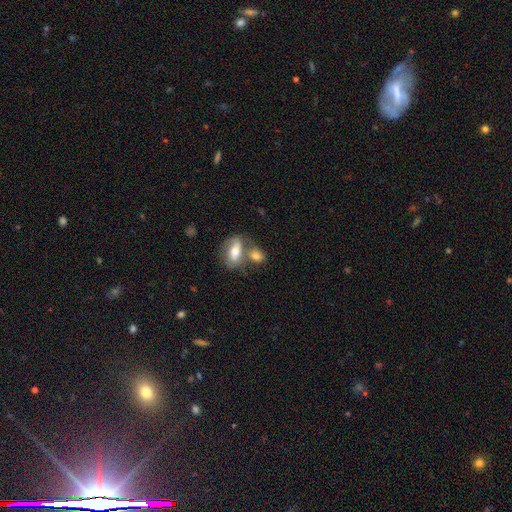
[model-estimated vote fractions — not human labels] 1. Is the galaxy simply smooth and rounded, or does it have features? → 72% smooth, 20% featured or disk, 8% star or artifact.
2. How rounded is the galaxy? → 73% in between, 22% round, 4% cigar-shaped.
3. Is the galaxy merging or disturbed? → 48% merger, 37% none, 10% minor disturbance, 5% major disturbance.